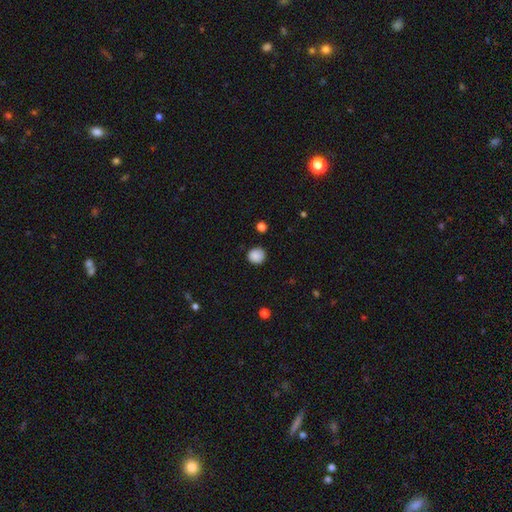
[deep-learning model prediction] Q: Smooth or featured?
A: smooth (87%); runner-up: star or artifact (10%)
Q: How rounded?
A: round (91%); runner-up: in between (8%)
Q: Merging?
A: none (87%); runner-up: minor disturbance (9%)